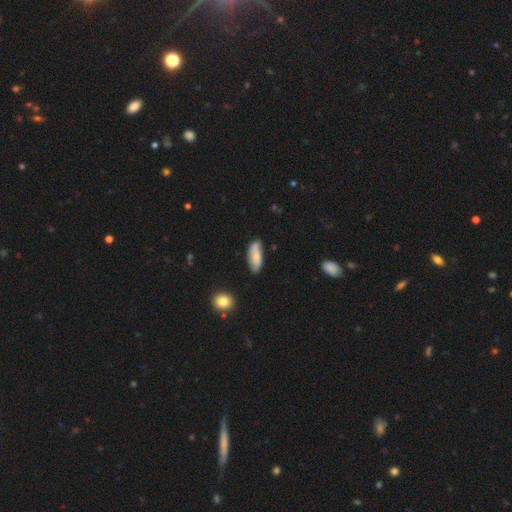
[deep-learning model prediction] Q: Smooth or featured?
A: smooth (71%); runner-up: featured or disk (23%)
Q: How rounded?
A: in between (72%); runner-up: cigar-shaped (26%)
Q: Merging?
A: none (71%); runner-up: minor disturbance (19%)